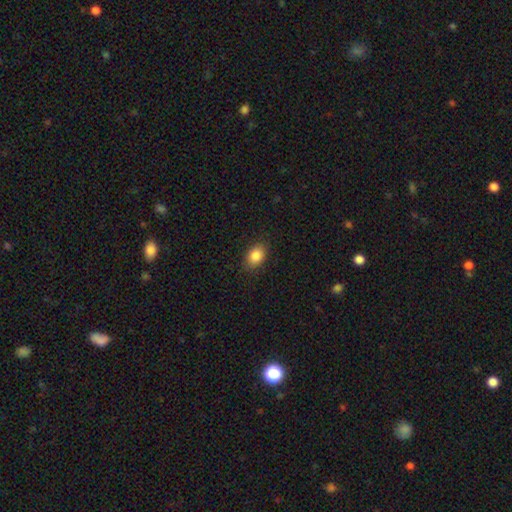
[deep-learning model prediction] Q: Smooth or featured?
A: smooth (86%); runner-up: star or artifact (9%)
Q: How rounded?
A: in between (76%); runner-up: round (23%)
Q: Merging?
A: none (87%); runner-up: minor disturbance (10%)